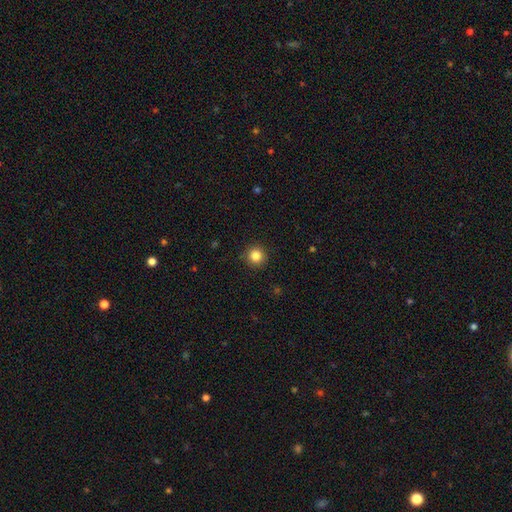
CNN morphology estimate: smooth_or_featured: smooth (p=0.85) [alt: star or artifact p=0.11]
how_rounded: round (p=0.94) [alt: in between p=0.05]
merging: none (p=0.90) [alt: minor disturbance p=0.07]